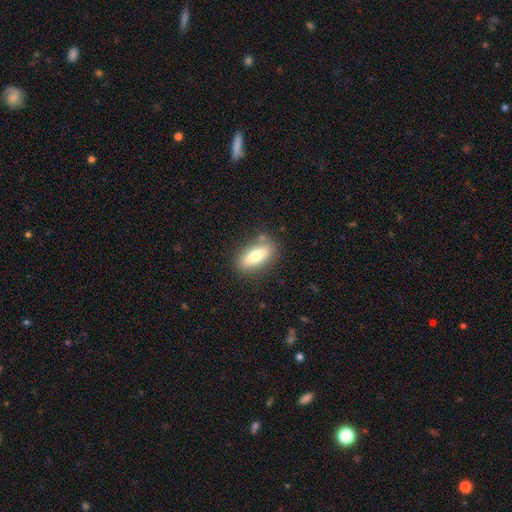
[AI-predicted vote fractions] This is likely a smooth galaxy (70%). How rounded: likely in between (71%). Merging: clearly none (82%).